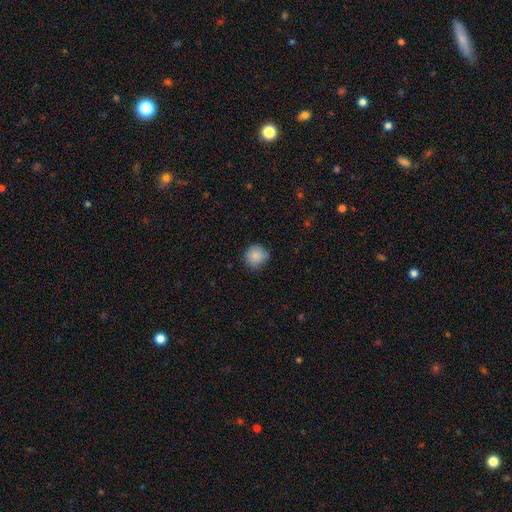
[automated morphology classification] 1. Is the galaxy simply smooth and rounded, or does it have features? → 87% smooth, 9% star or artifact, 5% featured or disk.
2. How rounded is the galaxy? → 91% round, 8% in between, 1% cigar-shaped.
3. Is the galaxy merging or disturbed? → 80% none, 17% minor disturbance, 3% major disturbance, 1% merger.